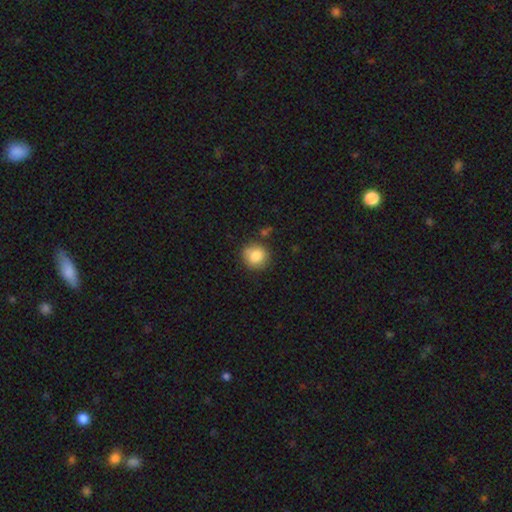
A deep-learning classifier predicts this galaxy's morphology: smooth-or-featured: smooth: 84% | star or artifact: 9% | featured or disk: 7%
  how-rounded: round: 88% | in between: 11% | cigar-shaped: 1%
  merging: none: 79% | minor disturbance: 14% | merger: 4% | major disturbance: 3%